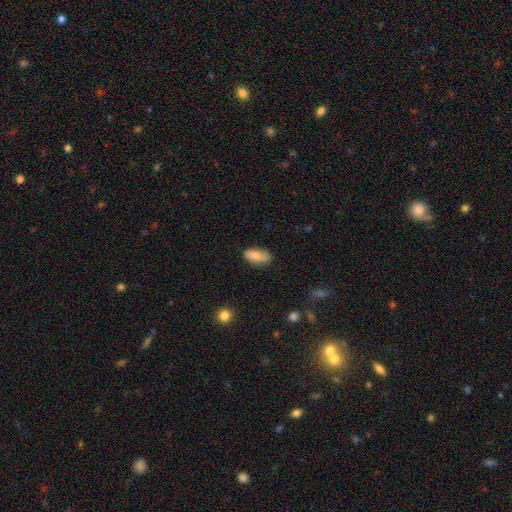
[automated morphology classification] This appears to be a smooth galaxy with no disk features (79%) that is in between round and cigar-shaped (85%). Merging: none (80%).